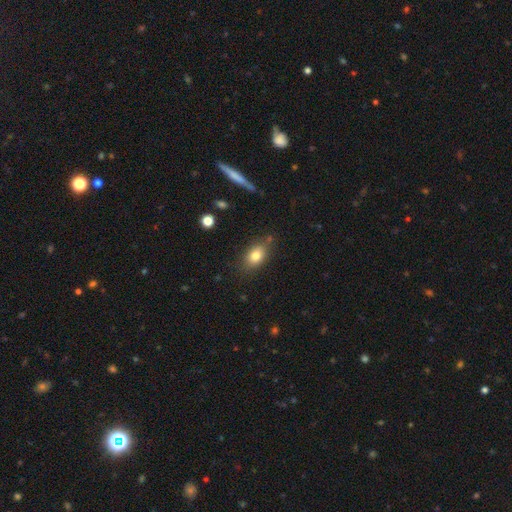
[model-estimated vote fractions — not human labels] Overall: smooth (80%). How rounded: in between (81%). Merging: none (75%).